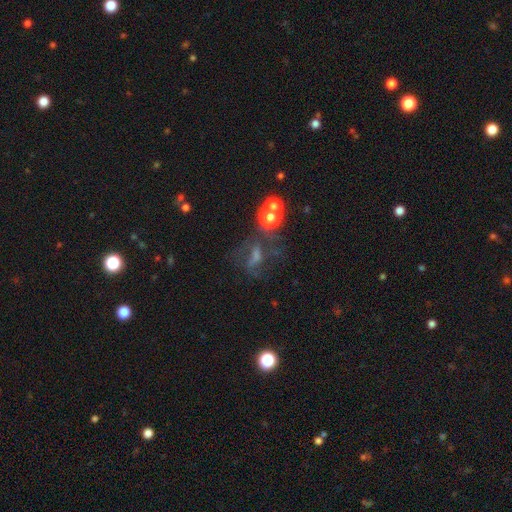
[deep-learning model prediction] Smooth or featured? featured or disk (38%)
Merging? none (41%)